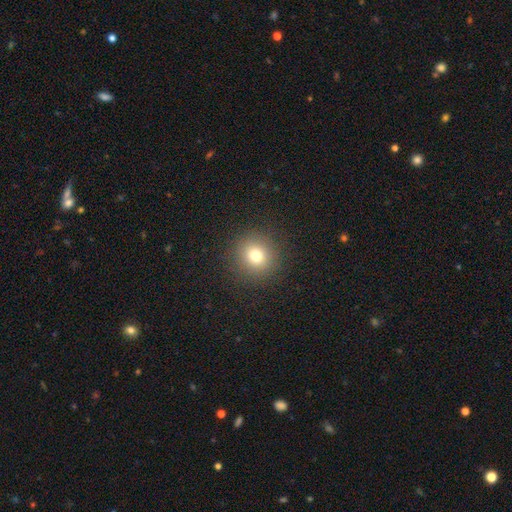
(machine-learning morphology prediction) This appears to be a smooth galaxy with no disk features (77%) that is round (92%). Merging: none (90%).